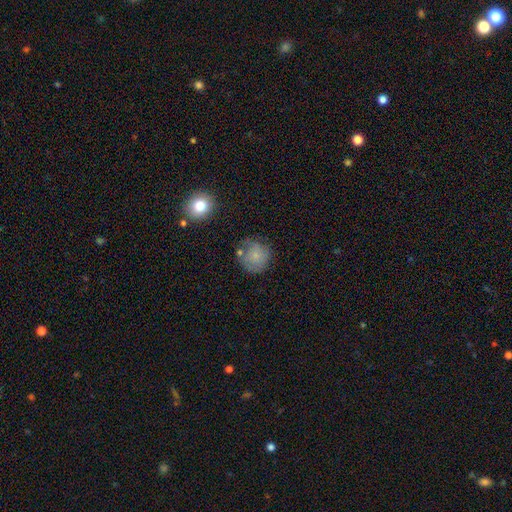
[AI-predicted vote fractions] smooth 74%, featured or disk 17%, star or artifact 9%. Down the decision tree: how rounded — round (89%); merging — none (59%).